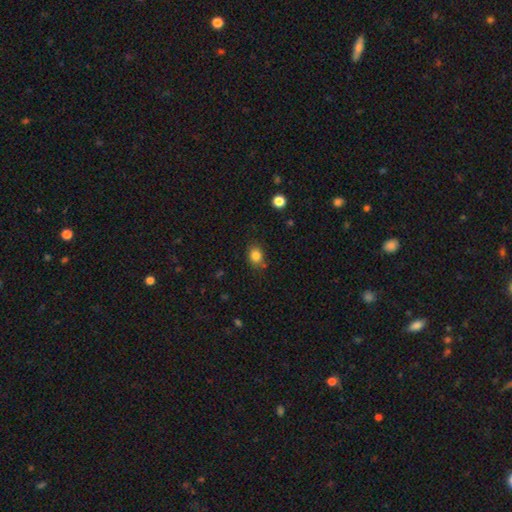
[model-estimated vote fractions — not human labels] This is clearly a smooth galaxy (83%). How rounded: possibly round (56%). Merging: likely none (77%).